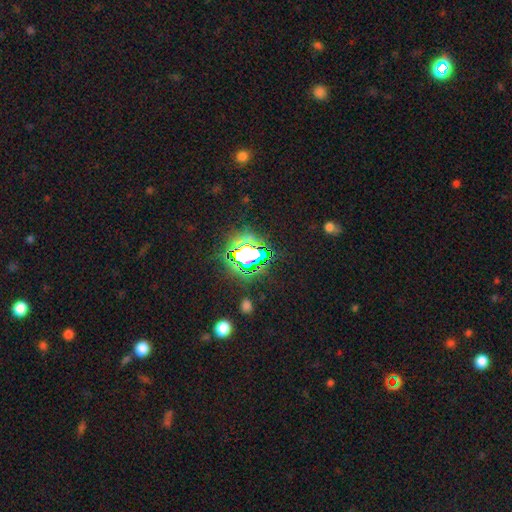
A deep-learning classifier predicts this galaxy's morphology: Smooth or featured? Predicted: star or artifact (p=0.71).